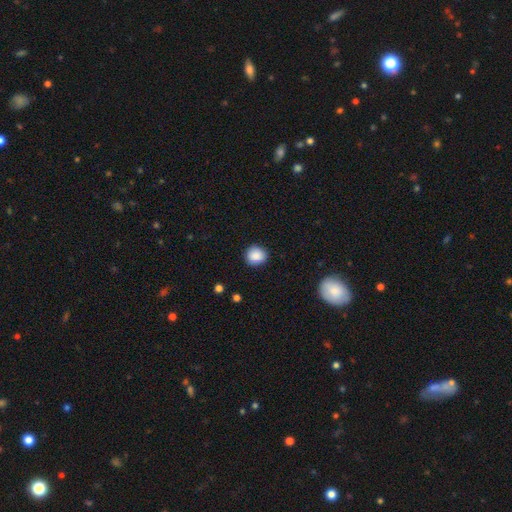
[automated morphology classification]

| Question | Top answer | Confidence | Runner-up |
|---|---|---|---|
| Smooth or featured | smooth | 88% | star or artifact (9%) |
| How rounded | round | 88% | in between (11%) |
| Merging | none | 88% | minor disturbance (8%) |